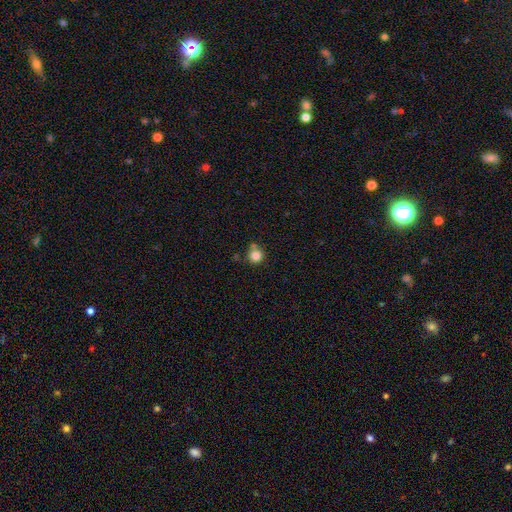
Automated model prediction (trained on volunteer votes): Smooth or featured? Predicted: smooth (p=0.83). How rounded? Predicted: round (p=0.93). Merging? Predicted: none (p=0.70).